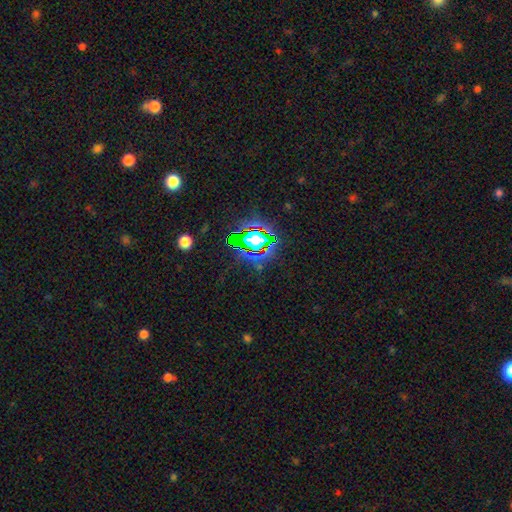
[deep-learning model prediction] This is likely a star or artifact rather than a galaxy (75%).